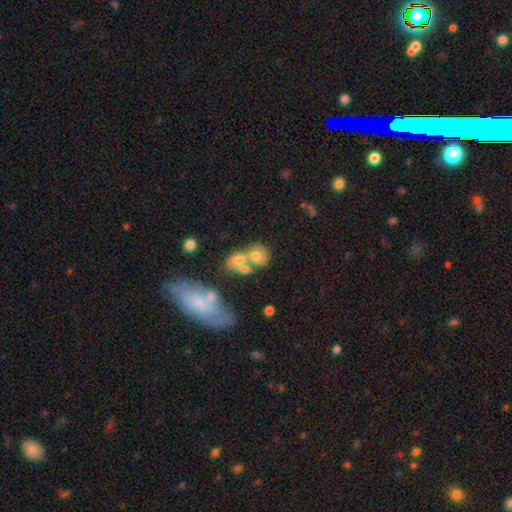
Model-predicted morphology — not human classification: The model was most divided on "how rounded": round: 56%, in between: 42%, cigar-shaped: 2%. More confident: smooth or featured — smooth (61%); merging — merger (60%).